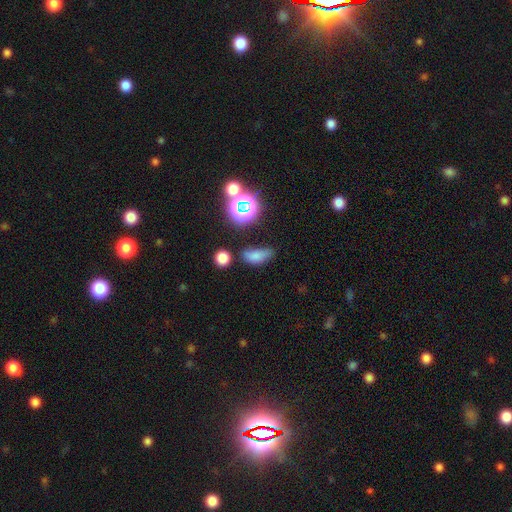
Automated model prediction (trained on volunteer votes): Q: Smooth or featured?
A: smooth (68%); runner-up: star or artifact (21%)
Q: How rounded?
A: in between (79%); runner-up: cigar-shaped (11%)
Q: Merging?
A: none (49%); runner-up: minor disturbance (29%)